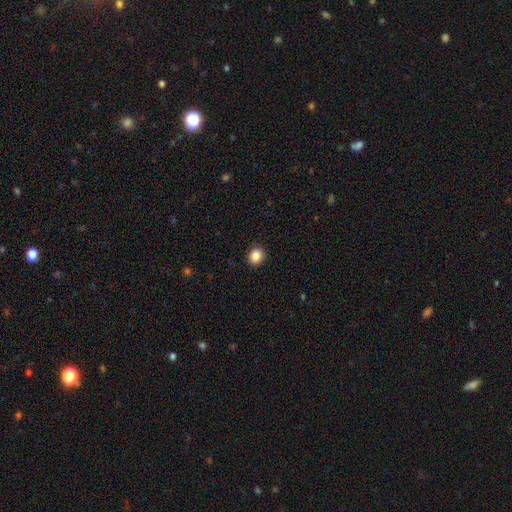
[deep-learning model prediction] smooth_or_featured: smooth (p=0.86) [alt: star or artifact p=0.10]
how_rounded: round (p=0.70) [alt: in between p=0.29]
merging: none (p=0.90) [alt: minor disturbance p=0.07]